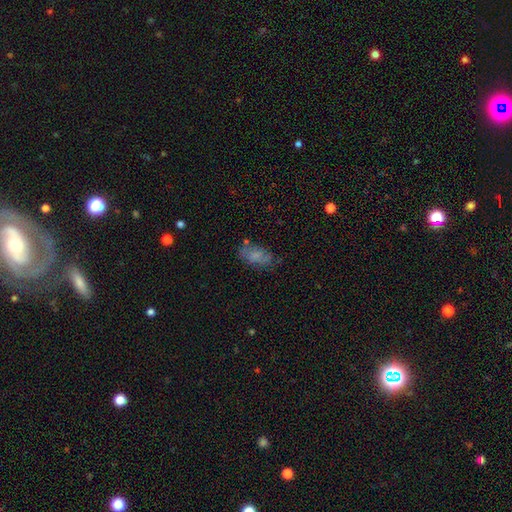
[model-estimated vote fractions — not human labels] Smooth or featured? Predicted: smooth (p=0.67). How rounded? Predicted: in between (p=0.90). Merging? Predicted: none (p=0.63).